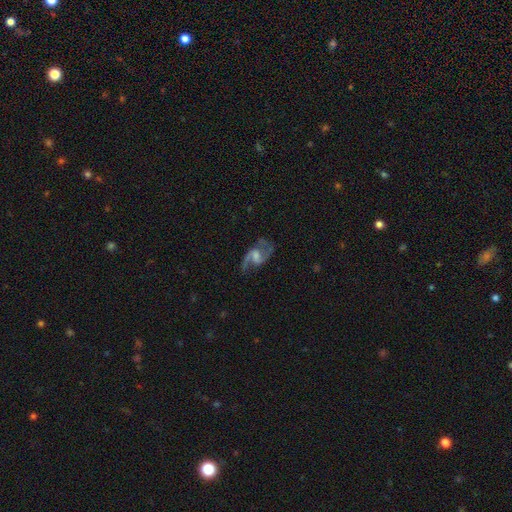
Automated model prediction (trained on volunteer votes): This appears to be a featured or disk galaxy (86%) with a weak bar (55%), 2 (91%) loose (51%) spiral arms (96%) and a moderate central bulge (35%). Merging: none (70%).